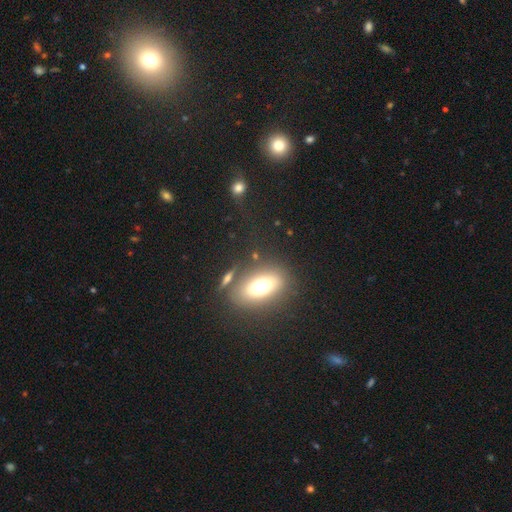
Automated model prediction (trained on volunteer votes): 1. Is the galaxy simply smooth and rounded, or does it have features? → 63% smooth, 23% featured or disk, 14% star or artifact.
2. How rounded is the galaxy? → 74% in between, 15% cigar-shaped, 12% round.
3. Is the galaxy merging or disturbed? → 75% none, 13% minor disturbance, 6% merger, 6% major disturbance.